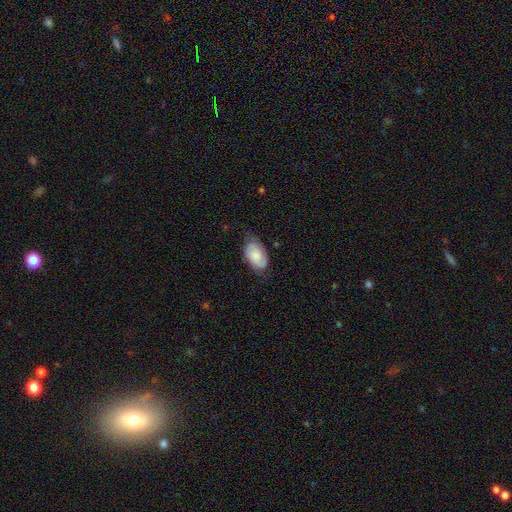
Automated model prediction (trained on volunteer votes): Smooth or featured? smooth (59%)
How rounded? in between (93%)
Merging? none (66%)